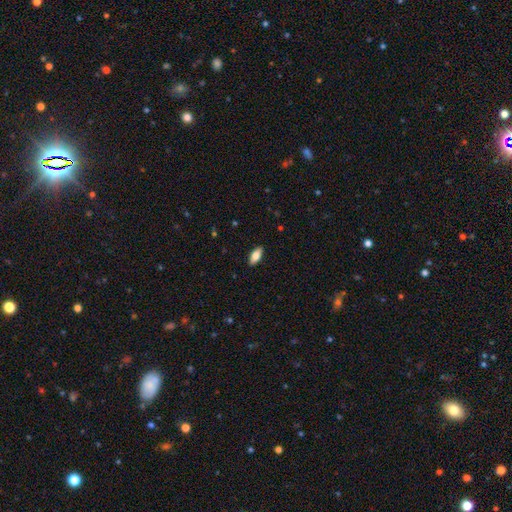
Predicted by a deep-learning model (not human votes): Morphology: type=smooth (78%); roundness=in between (87%); merging=none (90%).